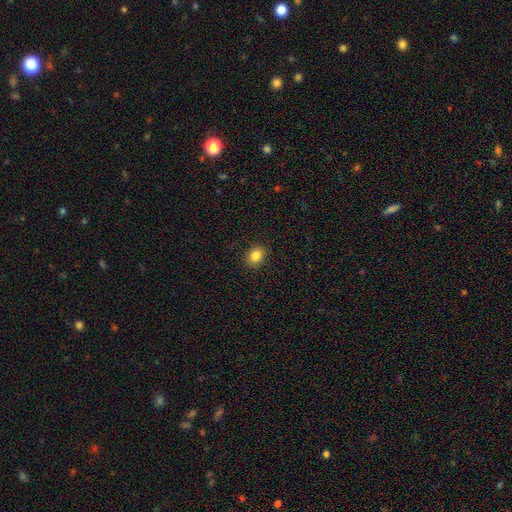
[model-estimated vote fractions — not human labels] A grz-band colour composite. It shows a smooth galaxy with no disk features (84%) that is round (55%). Merging: none (91%).